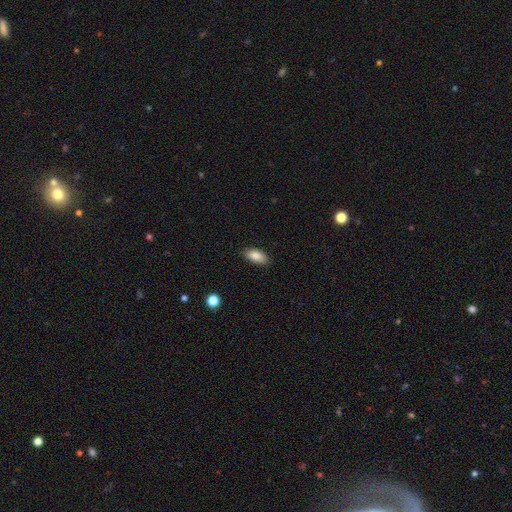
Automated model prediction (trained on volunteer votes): This appears to be a smooth galaxy with no disk features (85%) that is in between round and cigar-shaped (90%). Merging: none (86%).